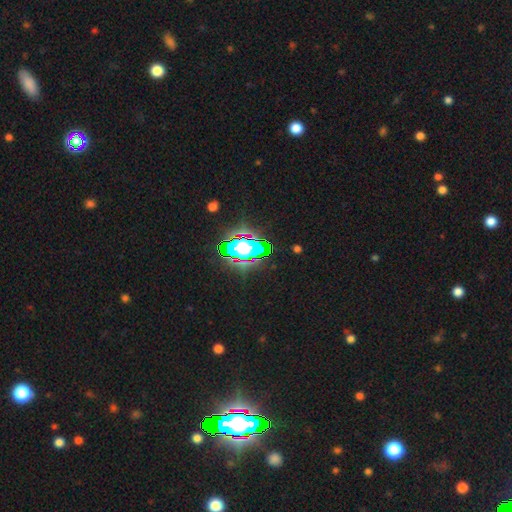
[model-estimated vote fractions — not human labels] This is likely a star or artifact rather than a galaxy (72%).